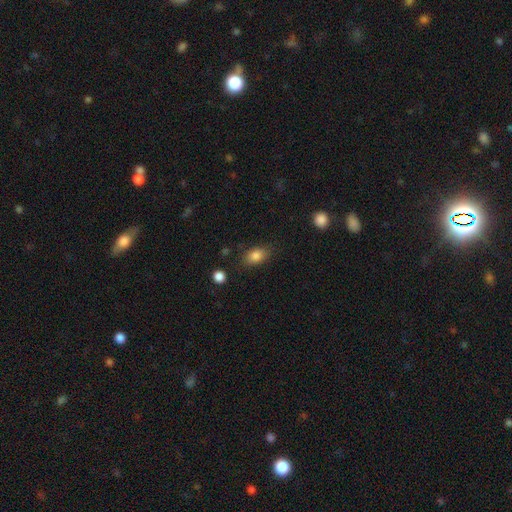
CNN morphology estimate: A smooth galaxy with no disk features (83%) that is in between round and cigar-shaped (83%).

Vote fractions:
- Smooth or featured? smooth: 83% / star or artifact: 9% / featured or disk: 8%
- How rounded? in between: 83% / round: 15% / cigar-shaped: 2%
- Merging? none: 80% / minor disturbance: 14% / major disturbance: 4% / merger: 2%